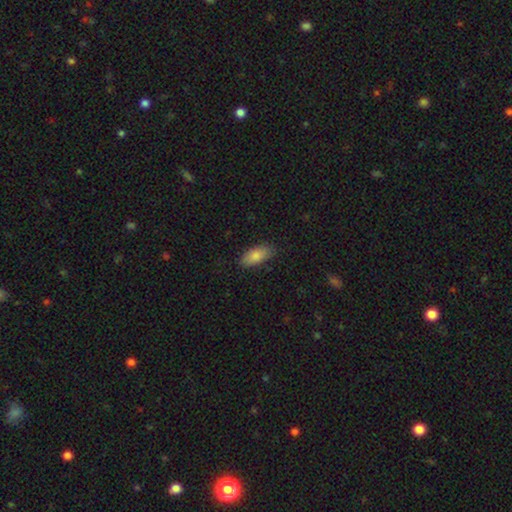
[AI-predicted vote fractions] Smooth or featured: smooth — 84% (featured or disk — 10%)
How rounded: in between — 88% (cigar-shaped — 10%)
Merging: none — 82% (minor disturbance — 14%)